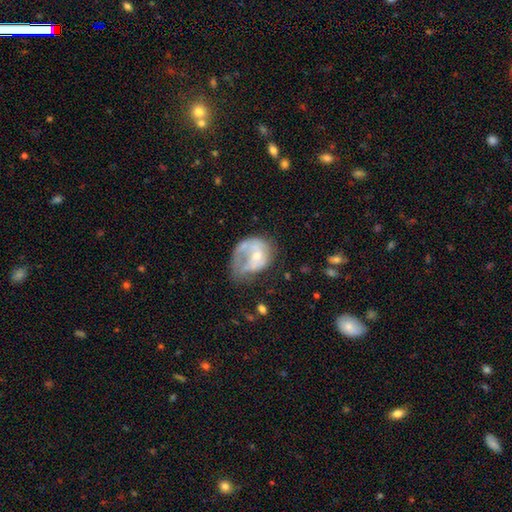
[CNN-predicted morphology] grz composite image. It shows a featured or disk galaxy (56%) with no bar (74%), spiral arms (50%, tied with no) and a moderate central bulge (44%, tied with small). Merging: major disturbance (46%).